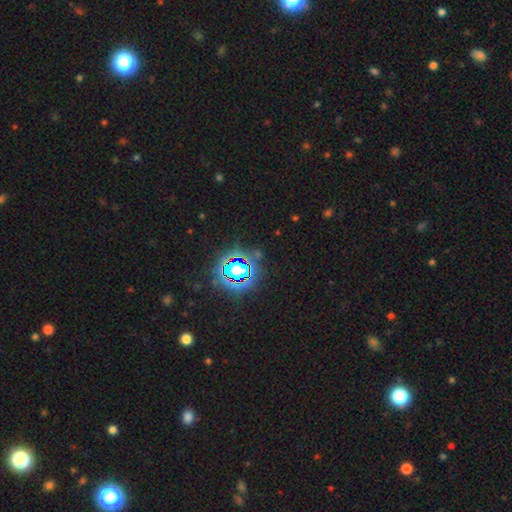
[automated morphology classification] Smooth or featured: star or artifact — 75% (smooth — 16%)